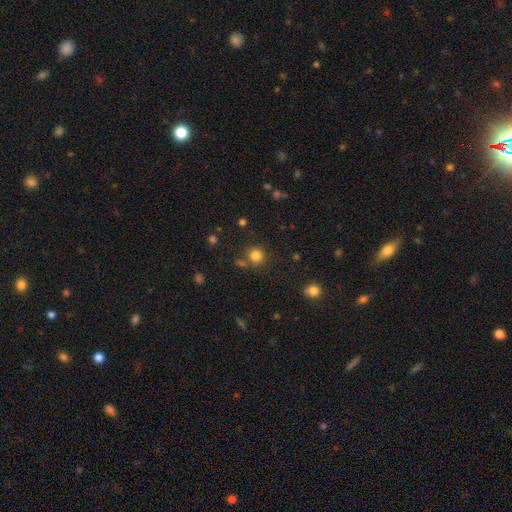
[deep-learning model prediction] Smooth or featured? Predicted: smooth (p=0.81). How rounded? Predicted: round (p=0.90). Merging? Predicted: none (p=0.78).